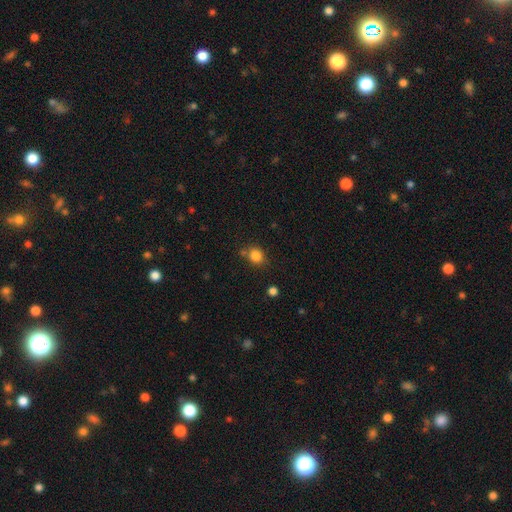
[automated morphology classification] Overall: smooth (84%). How rounded: round (68%; in between 31%). Merging: none (71%).